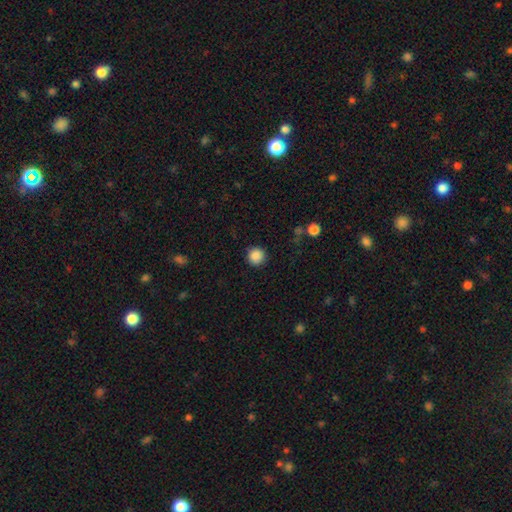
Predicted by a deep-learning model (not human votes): Morphology: type=smooth (88%); roundness=round (95%); merging=none (89%).